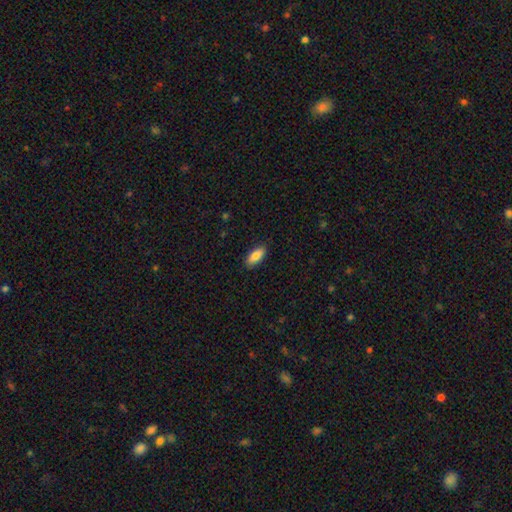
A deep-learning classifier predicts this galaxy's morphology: Overall: smooth (84%). How rounded: in between (85%). Merging: none (87%).